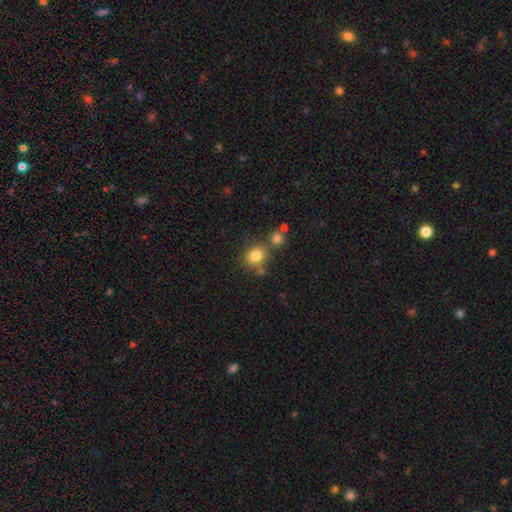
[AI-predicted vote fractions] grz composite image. It shows a smooth galaxy with no disk features (81%) that is round (73%). Merging: none (64%).